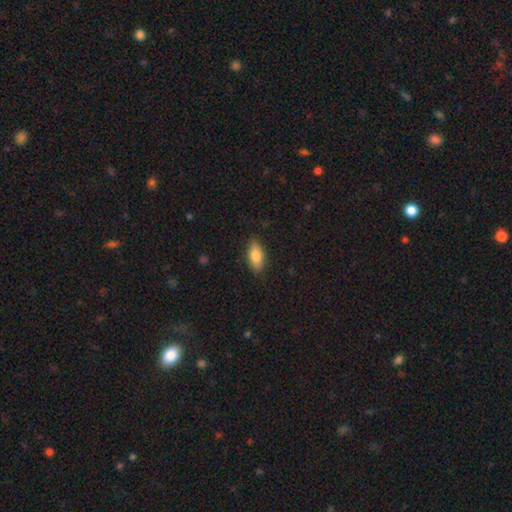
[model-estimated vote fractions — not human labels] Q: Smooth or featured?
A: smooth (80%); runner-up: featured or disk (13%)
Q: How rounded?
A: in between (83%); runner-up: cigar-shaped (14%)
Q: Merging?
A: none (85%); runner-up: minor disturbance (11%)